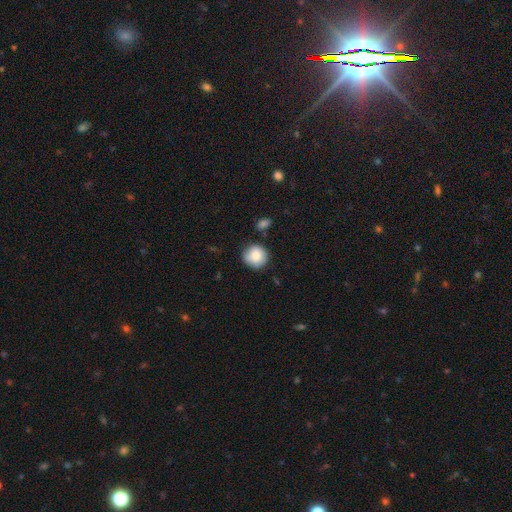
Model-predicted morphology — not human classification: Smooth or featured? smooth (86%)
How rounded? round (93%)
Merging? none (81%)